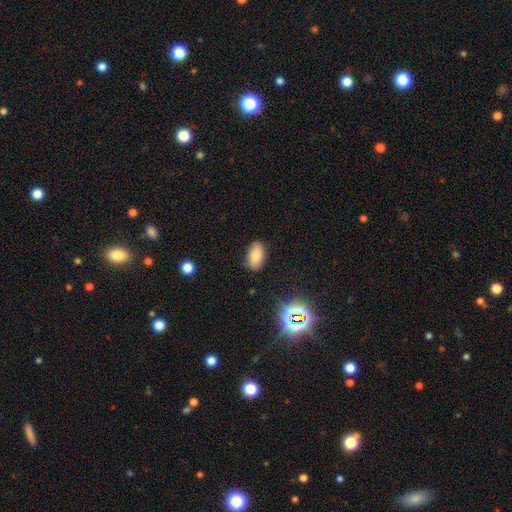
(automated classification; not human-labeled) smooth_or_featured: smooth (p=0.80) [alt: star or artifact p=0.11]
how_rounded: in between (p=0.92) [alt: round p=0.05]
merging: none (p=0.82) [alt: minor disturbance p=0.14]